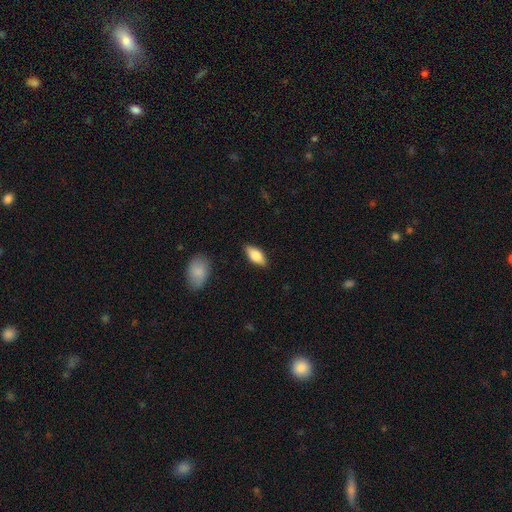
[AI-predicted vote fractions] Smooth or featured: smooth — 71% (featured or disk — 23%)
How rounded: in between — 81% (cigar-shaped — 16%)
Merging: none — 85% (minor disturbance — 11%)